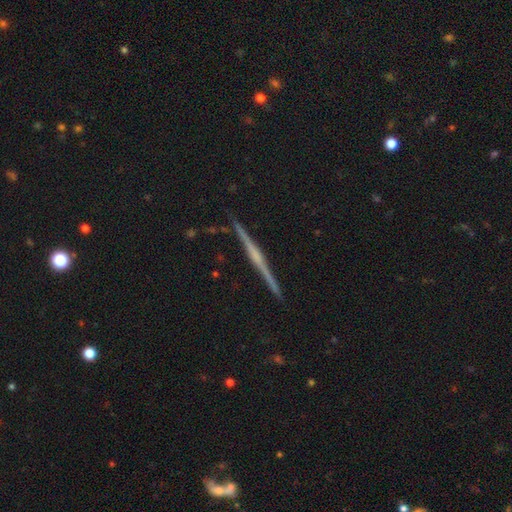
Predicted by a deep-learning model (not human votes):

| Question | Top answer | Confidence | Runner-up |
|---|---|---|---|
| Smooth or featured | featured or disk | 81% | smooth (13%) |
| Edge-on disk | yes | 99% | no (1%) |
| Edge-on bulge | rounded | 53% | none (34%) |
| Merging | none | 92% | minor disturbance (6%) |